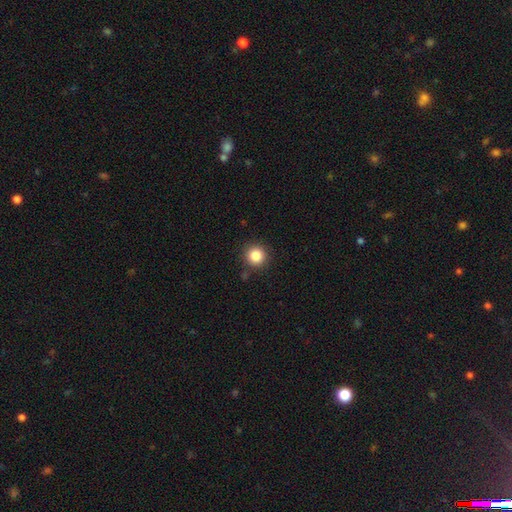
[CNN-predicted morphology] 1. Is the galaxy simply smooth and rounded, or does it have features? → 86% smooth, 10% star or artifact, 4% featured or disk.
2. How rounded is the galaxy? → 94% round, 5% in between, 1% cigar-shaped.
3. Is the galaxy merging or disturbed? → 88% none, 8% minor disturbance, 2% major disturbance, 2% merger.